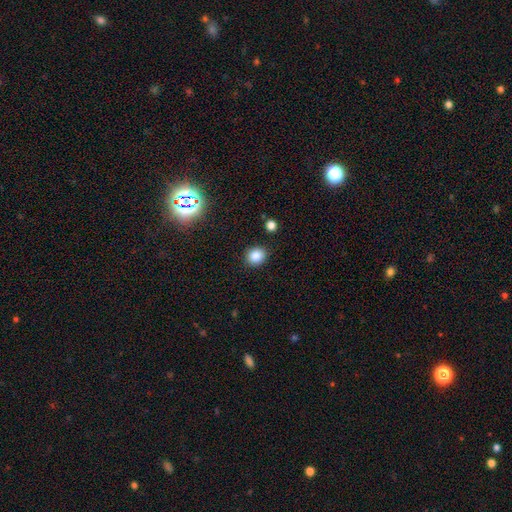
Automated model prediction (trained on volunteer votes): Q: Smooth or featured?
A: smooth (84%); runner-up: star or artifact (12%)
Q: How rounded?
A: round (77%); runner-up: in between (22%)
Q: Merging?
A: none (87%); runner-up: minor disturbance (8%)